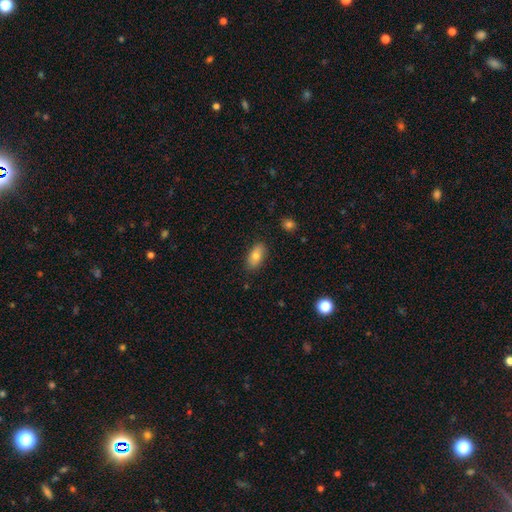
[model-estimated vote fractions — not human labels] Smooth or featured?
  - smooth: 80% *
  - featured or disk: 12%
  - star or artifact: 8%
How rounded?
  - in between: 88% *
  - cigar-shaped: 9%
  - round: 3%
Merging?
  - none: 86% *
  - minor disturbance: 10%
  - major disturbance: 2%
  - merger: 1%